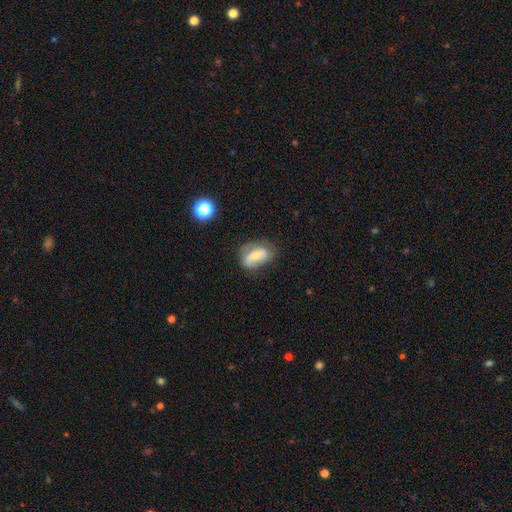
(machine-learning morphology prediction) smooth-or-featured: smooth: 56% | featured or disk: 35% | star or artifact: 8%
  how-rounded: in between: 85% | round: 11% | cigar-shaped: 4%
  merging: none: 52% | minor disturbance: 30% | major disturbance: 15% | merger: 3%